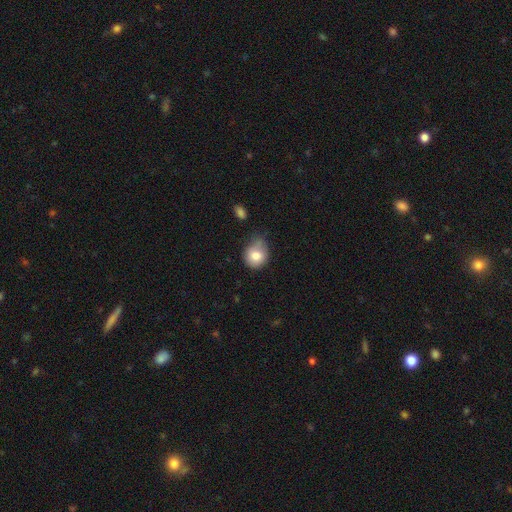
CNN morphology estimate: The model was most divided on "merging": none: 43%, minor disturbance: 39%, major disturbance: 11%, merger: 7%. More confident: smooth or featured — smooth (80%); how rounded — round (70%).